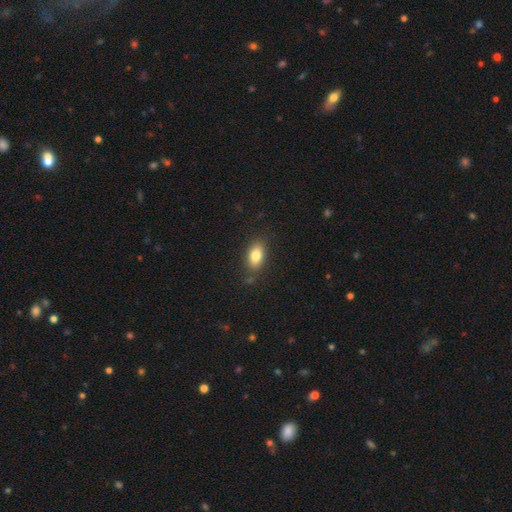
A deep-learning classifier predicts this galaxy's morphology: Overall: smooth (82%). How rounded: in between (87%). Merging: none (81%).